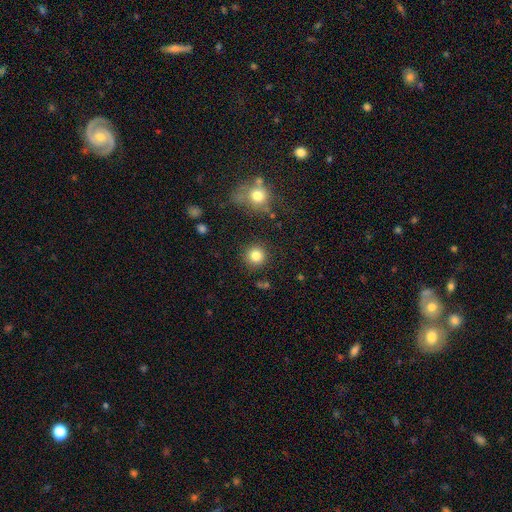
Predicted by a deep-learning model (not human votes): Q: Smooth or featured?
A: smooth (83%); runner-up: star or artifact (11%)
Q: How rounded?
A: round (94%); runner-up: in between (5%)
Q: Merging?
A: none (88%); runner-up: minor disturbance (6%)